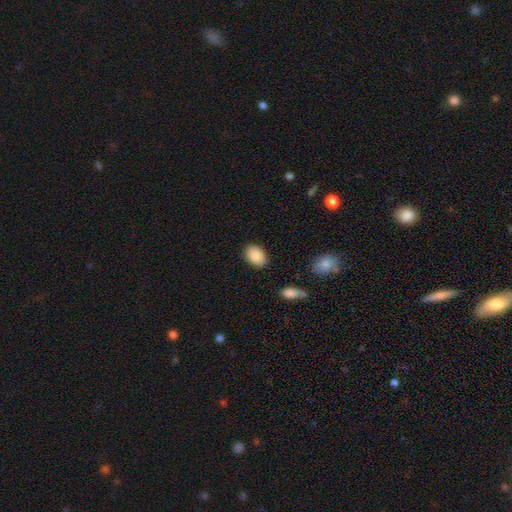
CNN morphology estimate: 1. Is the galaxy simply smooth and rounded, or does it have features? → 88% smooth, 7% star or artifact, 5% featured or disk.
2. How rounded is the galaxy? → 85% in between, 14% round, 1% cigar-shaped.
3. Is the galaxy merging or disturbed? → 87% none, 9% minor disturbance, 2% major disturbance, 2% merger.